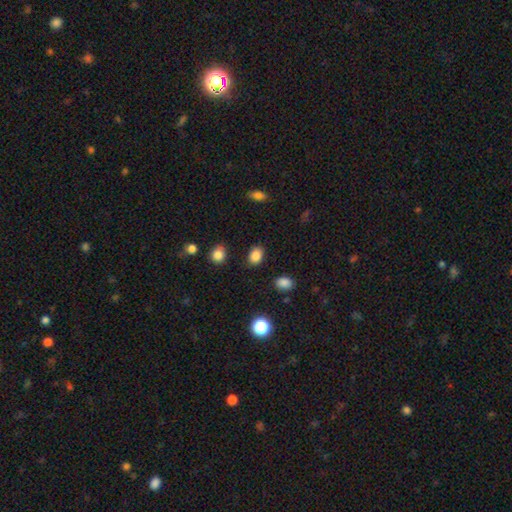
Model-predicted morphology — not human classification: A smooth galaxy with no disk features (85%) that is in between round and cigar-shaped (71%). Merging: none (85%).